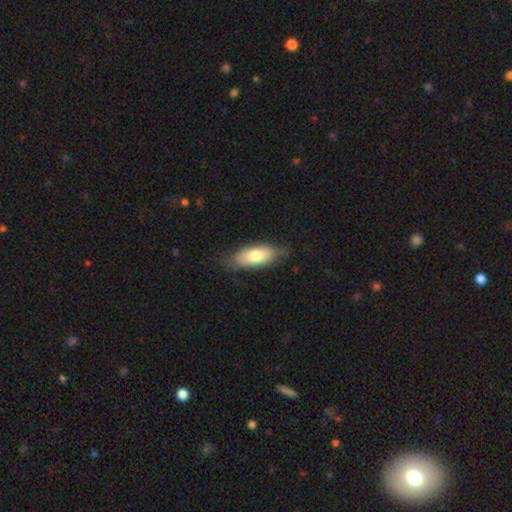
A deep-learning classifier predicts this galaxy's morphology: smooth-or-featured: smooth: 74% | featured or disk: 20% | star or artifact: 6%
  how-rounded: in between: 80% | cigar-shaped: 17% | round: 2%
  merging: none: 72% | minor disturbance: 22% | major disturbance: 5% | merger: 1%